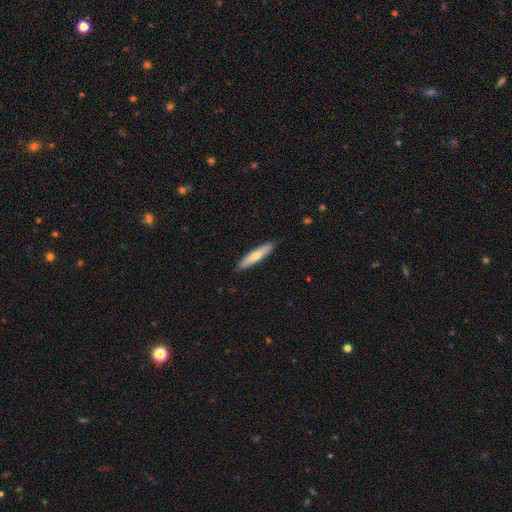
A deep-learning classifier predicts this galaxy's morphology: smooth_or_featured: smooth (p=0.57) [alt: featured or disk p=0.37]
how_rounded: cigar-shaped (p=0.87) [alt: in between p=0.12]
merging: none (p=0.90) [alt: minor disturbance p=0.07]